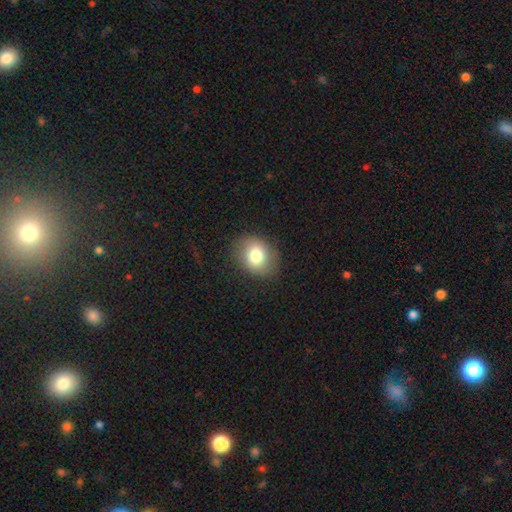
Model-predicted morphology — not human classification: Q: Smooth or featured?
A: smooth (79%); runner-up: featured or disk (12%)
Q: How rounded?
A: round (51%); runner-up: in between (48%)
Q: Merging?
A: none (82%); runner-up: minor disturbance (13%)